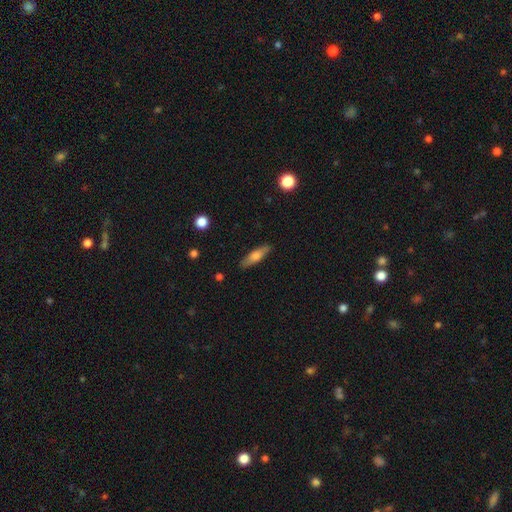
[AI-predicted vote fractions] A smooth galaxy with no disk features (61%) that is cigar-shaped (64%). Merging: none (88%).